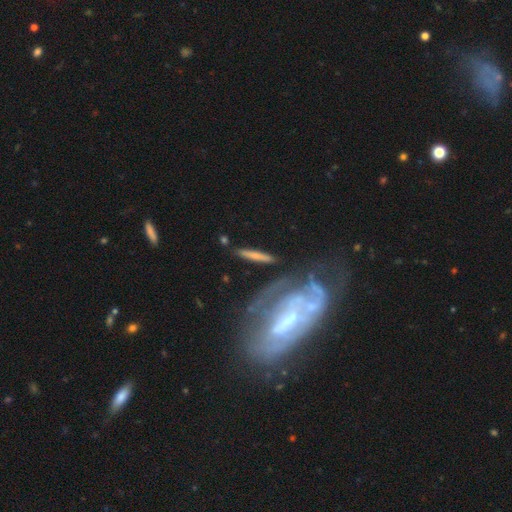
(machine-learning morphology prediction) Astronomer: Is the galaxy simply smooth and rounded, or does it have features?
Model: smooth — 51% (runner-up: featured or disk, 42%).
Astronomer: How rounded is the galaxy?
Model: cigar-shaped — 85%.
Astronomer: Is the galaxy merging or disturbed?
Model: none — 76%.